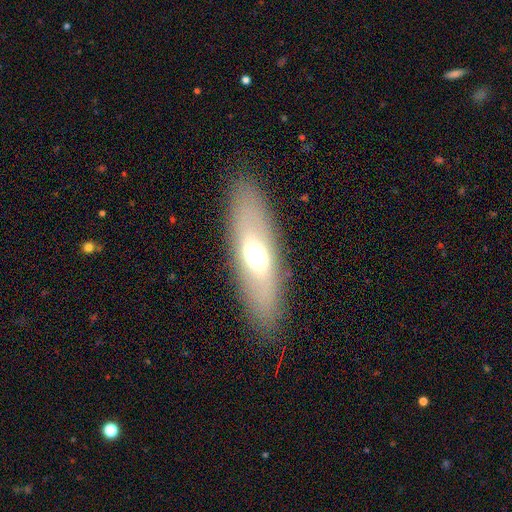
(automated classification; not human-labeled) Smooth or featured? smooth (52%)
How rounded? in between (55%)
Merging? none (86%)